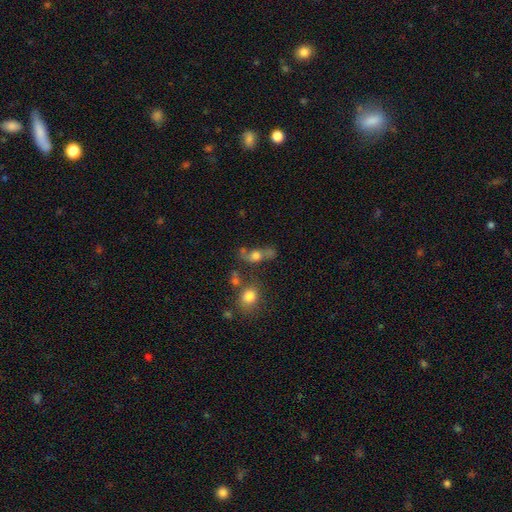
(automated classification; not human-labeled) This appears to be a smooth galaxy with no disk features (49%). Merging: none (45%).